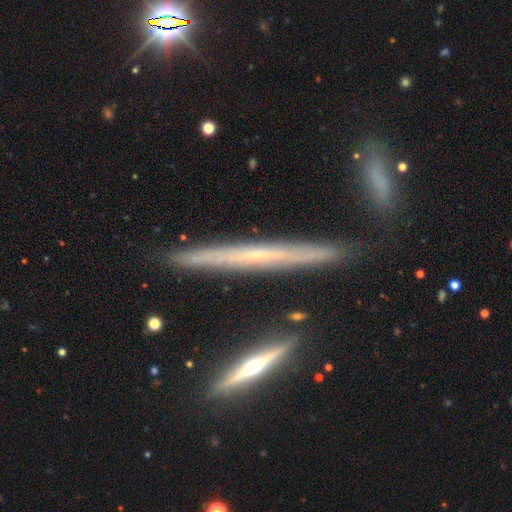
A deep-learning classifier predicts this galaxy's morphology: A featured or disk galaxy (66%) viewed edge-on (95%) with no central bulge (78%). Merging: none (86%).